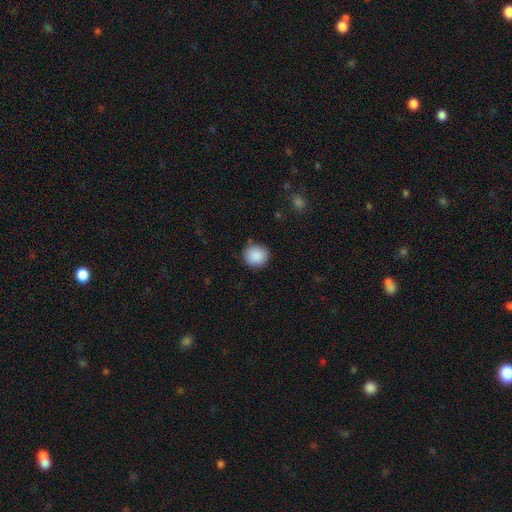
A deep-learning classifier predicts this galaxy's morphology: smooth-or-featured: smooth: 89% | star or artifact: 8% | featured or disk: 3%
  how-rounded: round: 93% | in between: 6% | cigar-shaped: 1%
  merging: none: 88% | minor disturbance: 9% | major disturbance: 2% | merger: 1%